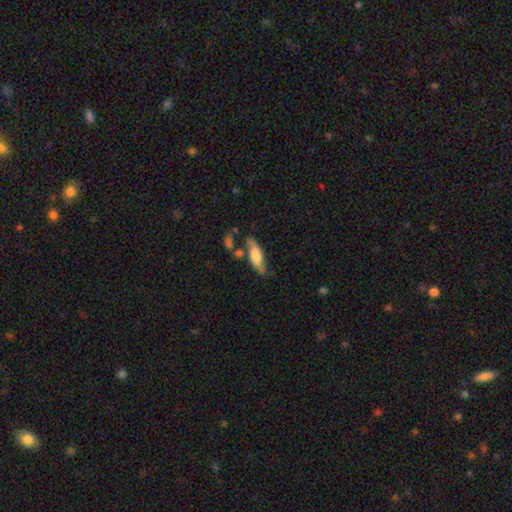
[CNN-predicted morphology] Smooth or featured: featured or disk — 48% (smooth — 46%)
Merging: none — 61% (minor disturbance — 21%)